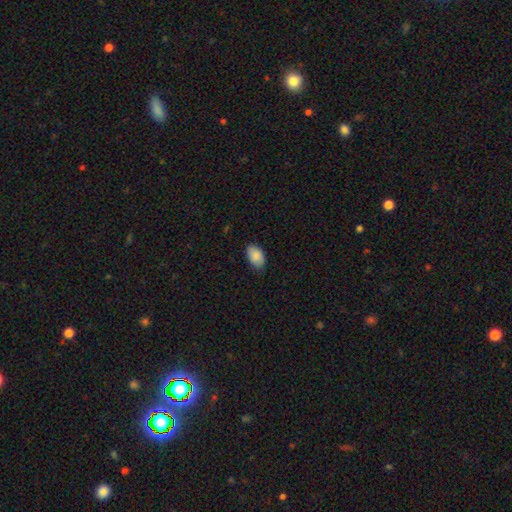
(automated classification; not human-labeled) Morphology: type=smooth (88%); roundness=in between (91%); merging=none (81%).